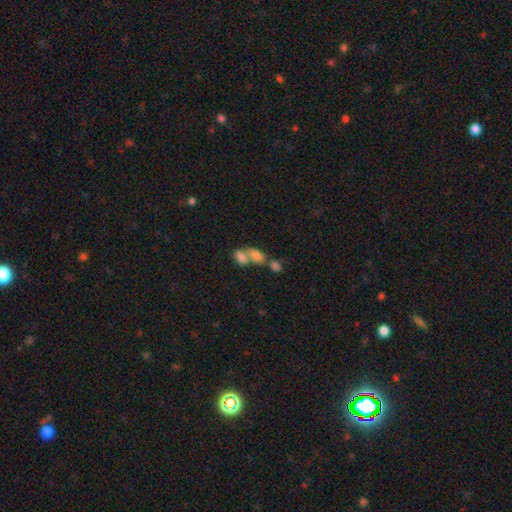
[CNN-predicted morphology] smooth 73%, featured or disk 16%, star or artifact 11%. Down the decision tree: how rounded — in between (80%); merging — merger (71%).